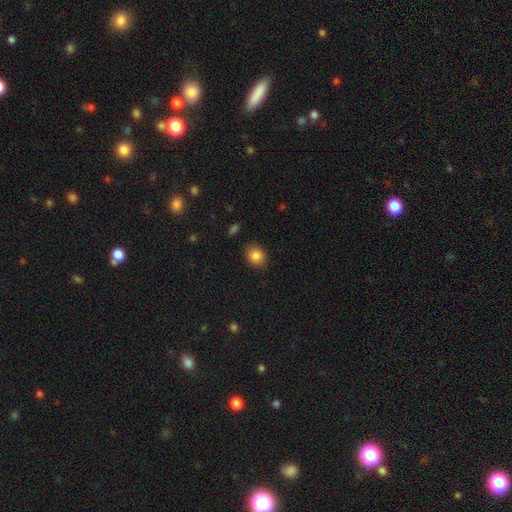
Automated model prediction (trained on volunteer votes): smooth-or-featured: smooth: 85% | star or artifact: 9% | featured or disk: 6%
  how-rounded: round: 57% | in between: 42% | cigar-shaped: 1%
  merging: none: 86% | minor disturbance: 11% | major disturbance: 2% | merger: 1%